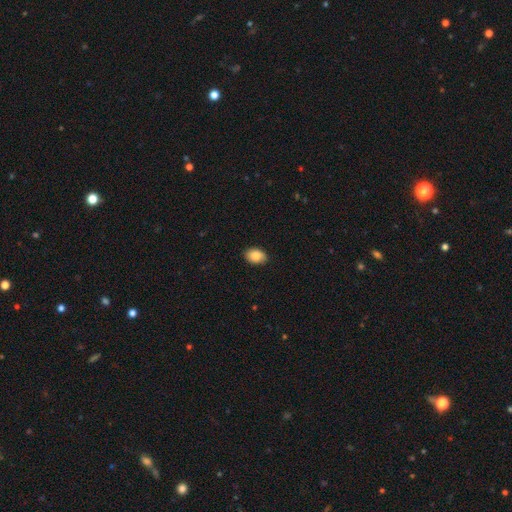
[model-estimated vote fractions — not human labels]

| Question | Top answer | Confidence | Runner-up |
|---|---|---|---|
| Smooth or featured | smooth | 88% | star or artifact (8%) |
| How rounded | in between | 79% | round (20%) |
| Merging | none | 87% | minor disturbance (10%) |